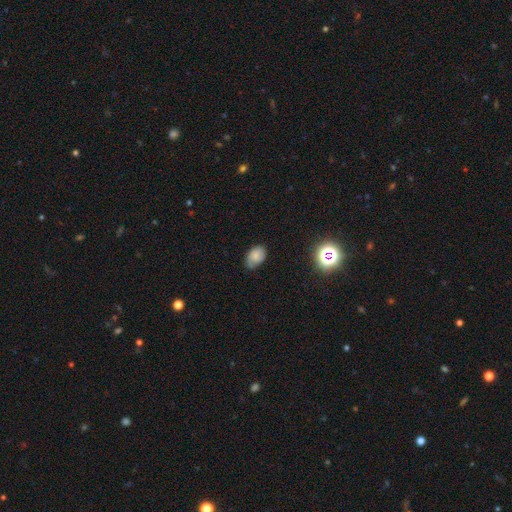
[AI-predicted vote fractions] The model was most divided on "merging": none: 60%, minor disturbance: 31%, major disturbance: 7%, merger: 2%. More confident: how rounded — in between (80%); smooth or featured — smooth (67%).